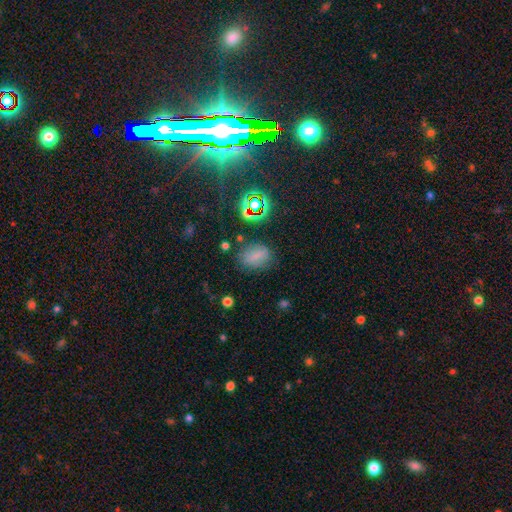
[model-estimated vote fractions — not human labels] Smooth or featured: smooth — 66% (star or artifact — 21%)
How rounded: in between — 78% (round — 20%)
Merging: none — 74% (minor disturbance — 17%)